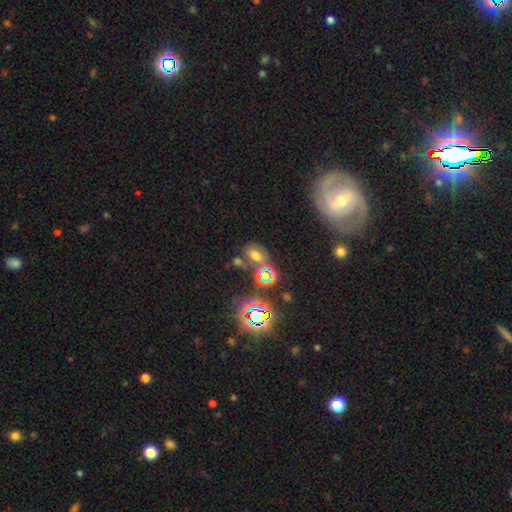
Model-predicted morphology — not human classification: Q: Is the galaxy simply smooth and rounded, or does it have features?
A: smooth — 49%.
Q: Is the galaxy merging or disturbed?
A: none — 54%.